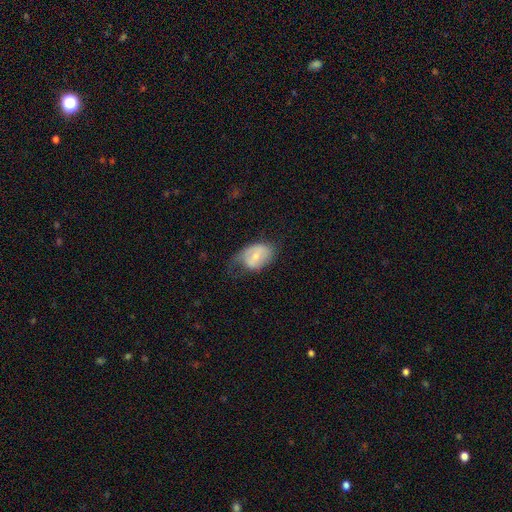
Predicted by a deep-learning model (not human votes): smooth-or-featured: smooth: 52% | featured or disk: 41% | star or artifact: 7%
  how-rounded: in between: 81% | round: 17% | cigar-shaped: 1%
  merging: none: 37% | minor disturbance: 35% | major disturbance: 26% | merger: 2%